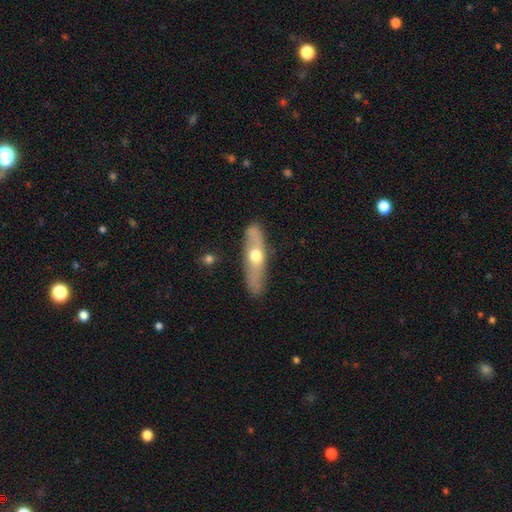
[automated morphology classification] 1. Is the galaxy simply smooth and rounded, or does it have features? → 49% featured or disk, 46% smooth, 5% star or artifact.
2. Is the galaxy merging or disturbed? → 79% none, 15% minor disturbance, 4% major disturbance, 2% merger.